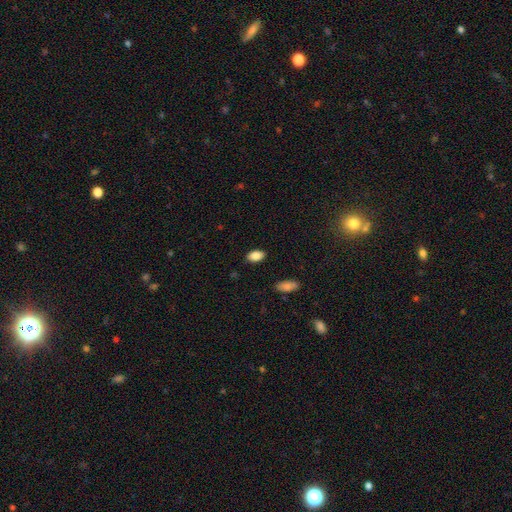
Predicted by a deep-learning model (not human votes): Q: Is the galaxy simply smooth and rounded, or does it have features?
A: smooth — 87%.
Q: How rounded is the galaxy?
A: in between — 91%.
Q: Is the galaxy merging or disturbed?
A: none — 87%.